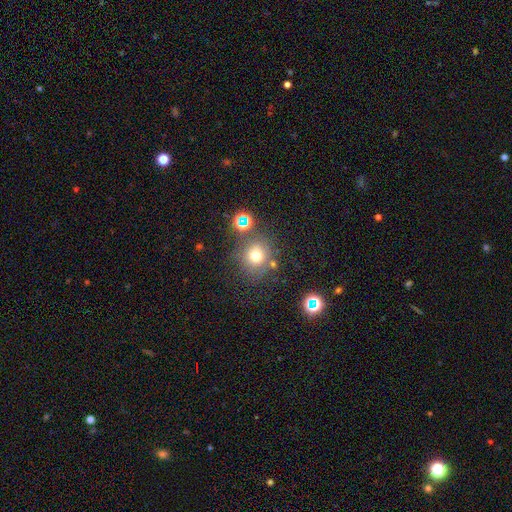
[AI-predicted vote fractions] Smooth or featured? smooth (69%)
How rounded? round (87%)
Merging? none (71%)